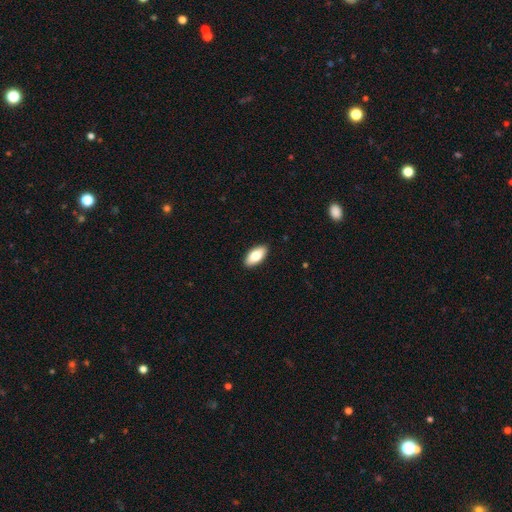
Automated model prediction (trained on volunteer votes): Smooth or featured? smooth (79%)
How rounded? in between (91%)
Merging? none (90%)